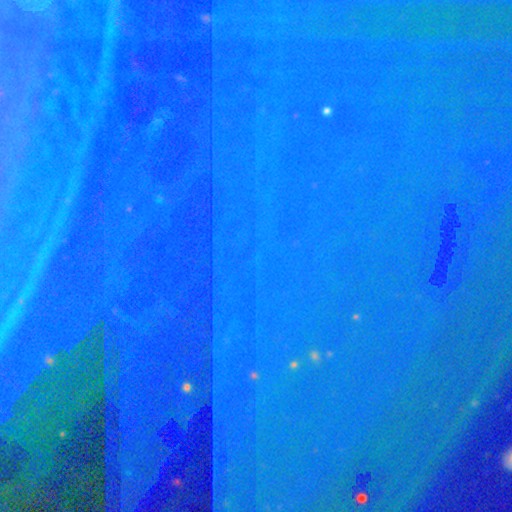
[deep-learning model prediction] This is clearly a star or artifact rather than a galaxy (86%).